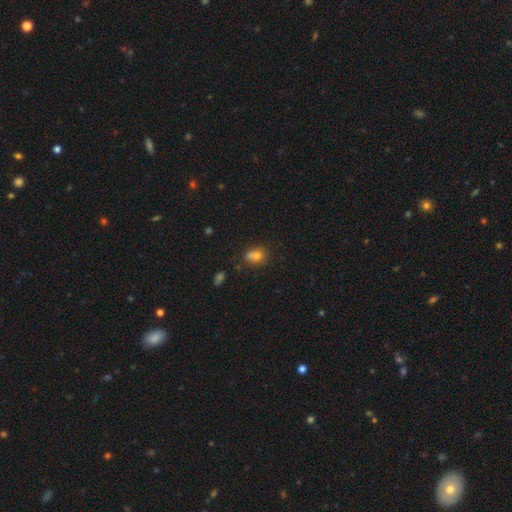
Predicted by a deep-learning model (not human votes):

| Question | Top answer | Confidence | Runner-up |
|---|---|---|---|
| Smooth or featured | smooth | 75% | star or artifact (13%) |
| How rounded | in between | 53% | round (45%) |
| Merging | none | 49% | merger (23%) |